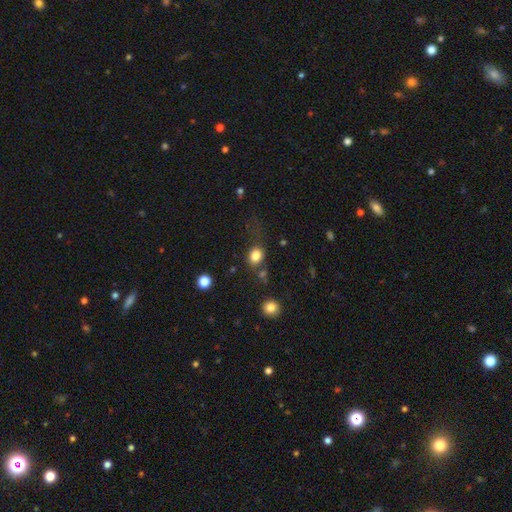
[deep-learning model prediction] Q: Smooth or featured?
A: smooth (83%); runner-up: star or artifact (11%)
Q: How rounded?
A: round (53%); runner-up: in between (46%)
Q: Merging?
A: none (67%); runner-up: minor disturbance (17%)